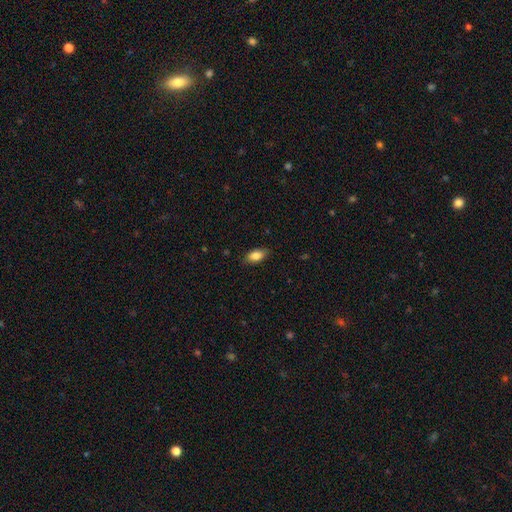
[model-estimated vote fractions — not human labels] Q: Smooth or featured?
A: smooth (85%); runner-up: featured or disk (8%)
Q: How rounded?
A: in between (89%); runner-up: cigar-shaped (7%)
Q: Merging?
A: none (84%); runner-up: minor disturbance (13%)